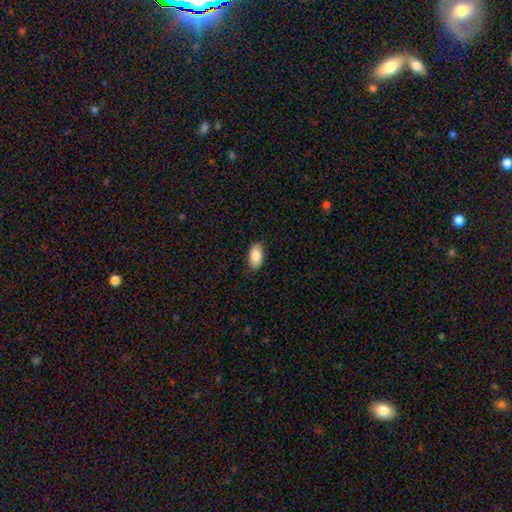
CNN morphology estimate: This appears to be a smooth galaxy with no disk features (88%) that is in between round and cigar-shaped (93%). Merging: none (88%).